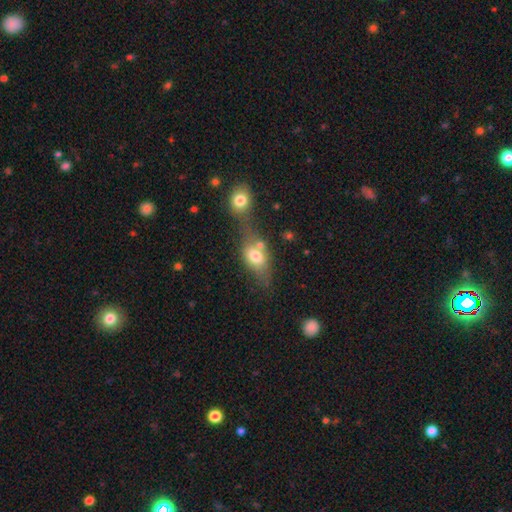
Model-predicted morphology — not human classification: A smooth galaxy with no disk features (70%) that is in between round and cigar-shaped (73%). Merging: merger (54%).